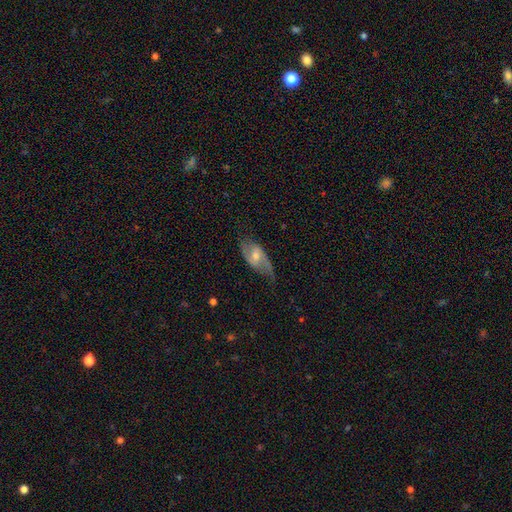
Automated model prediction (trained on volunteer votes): featured or disk 72%, smooth 21%, star or artifact 7%. Down the decision tree: edge-on disk — no (91%); bar — no (45%); spiral arms — yes (88%); spiral arm count — 2 (84%); spiral winding — loose (43%); bulge size — moderate (57%); merging — none (64%).